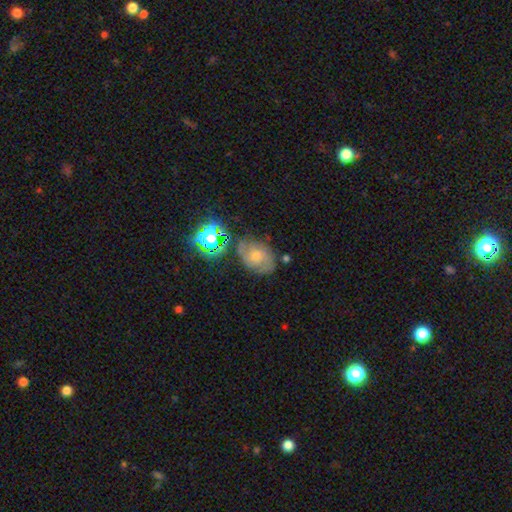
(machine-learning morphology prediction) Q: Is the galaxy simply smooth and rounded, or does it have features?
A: featured or disk — 46%.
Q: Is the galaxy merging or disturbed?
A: none — 70%.